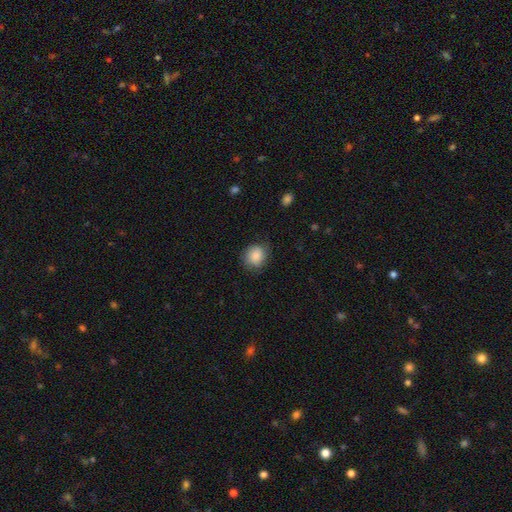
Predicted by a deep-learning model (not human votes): A smooth galaxy with no disk features (83%) that is round (69%).

Vote fractions:
- Smooth or featured? smooth: 83% / featured or disk: 10% / star or artifact: 7%
- How rounded? round: 69% / in between: 30% / cigar-shaped: 1%
- Merging? none: 74% / minor disturbance: 19% / major disturbance: 5% / merger: 1%